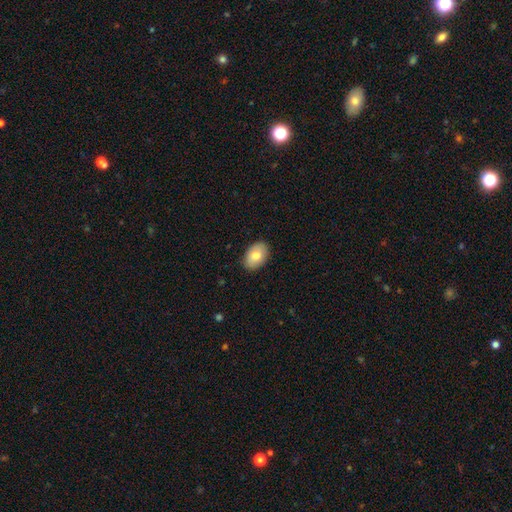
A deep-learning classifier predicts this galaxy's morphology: Smooth or featured? Predicted: smooth (p=0.80). How rounded? Predicted: in between (p=0.88). Merging? Predicted: none (p=0.88).